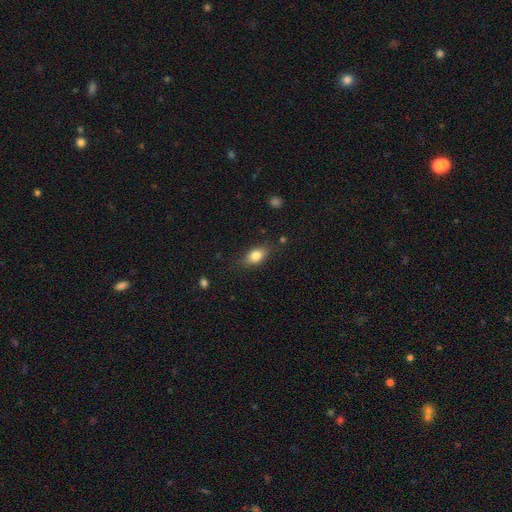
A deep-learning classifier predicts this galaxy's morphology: Smooth or featured? Predicted: smooth (p=0.81). How rounded? Predicted: in between (p=0.83). Merging? Predicted: none (p=0.79).